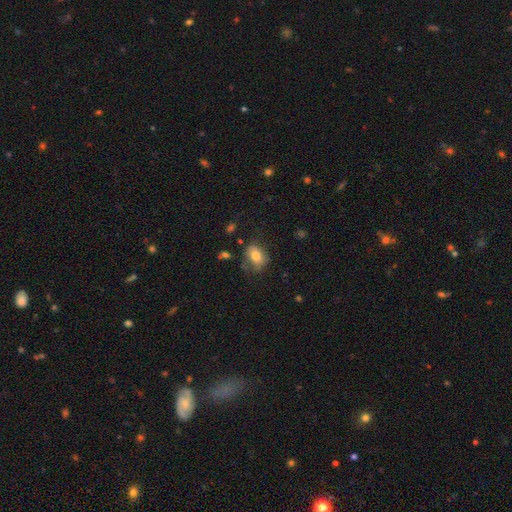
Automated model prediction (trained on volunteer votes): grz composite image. It shows a smooth galaxy with no disk features (75%) that is in between round and cigar-shaped (70%). Merging: none (61%).